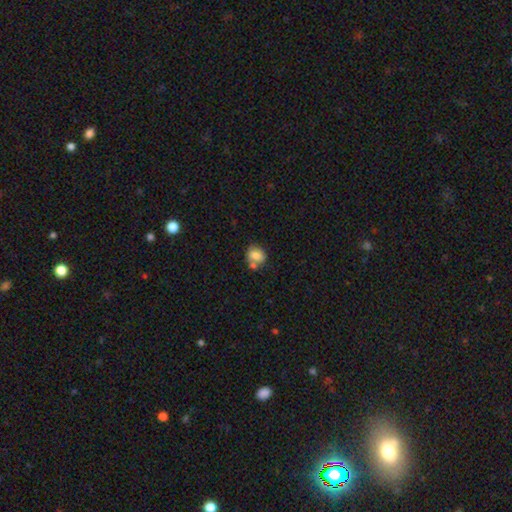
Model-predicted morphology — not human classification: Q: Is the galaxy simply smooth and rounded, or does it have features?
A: smooth — 79%.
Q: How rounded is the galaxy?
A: round — 56%.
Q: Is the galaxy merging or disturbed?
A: none — 51%.